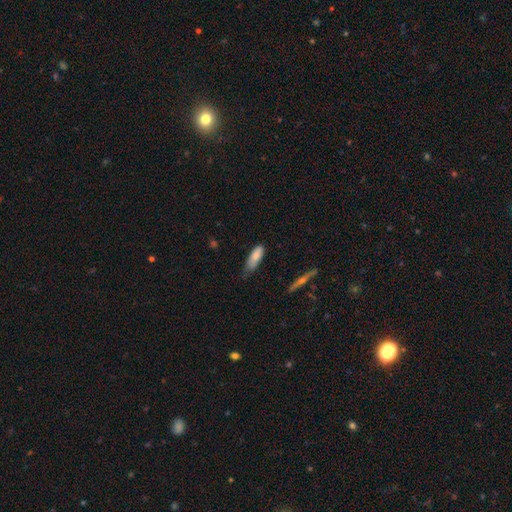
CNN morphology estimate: A smooth galaxy with no disk features (81%) that is in between round and cigar-shaped (61%).

Vote fractions:
- Smooth or featured? smooth: 81% / featured or disk: 12% / star or artifact: 7%
- How rounded? in between: 61% / cigar-shaped: 37% / round: 2%
- Merging? minor disturbance: 45% / none: 44% / major disturbance: 9% / merger: 2%